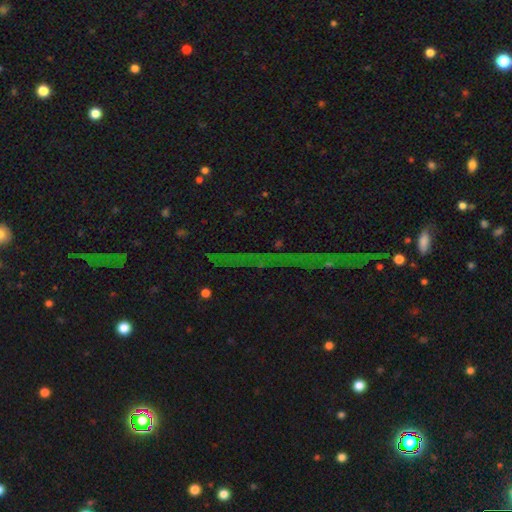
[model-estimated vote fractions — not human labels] A star or artifact, not a galaxy (80%).

Vote fractions:
- Smooth or featured? star or artifact: 80% / featured or disk: 10% / smooth: 9%